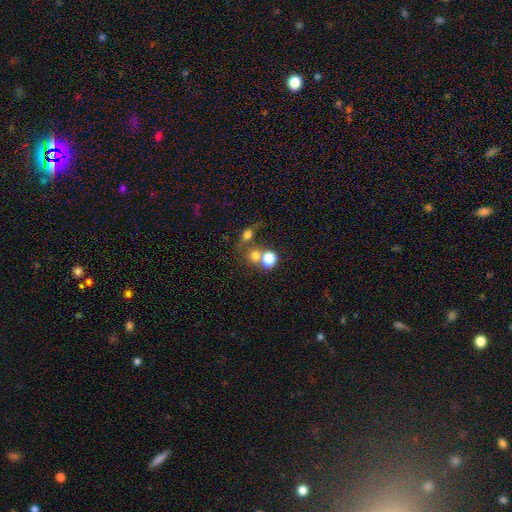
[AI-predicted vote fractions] smooth_or_featured: smooth (p=0.70) [alt: star or artifact p=0.18]
how_rounded: round (p=0.77) [alt: in between p=0.21]
merging: merger (p=0.44) [alt: none p=0.42]